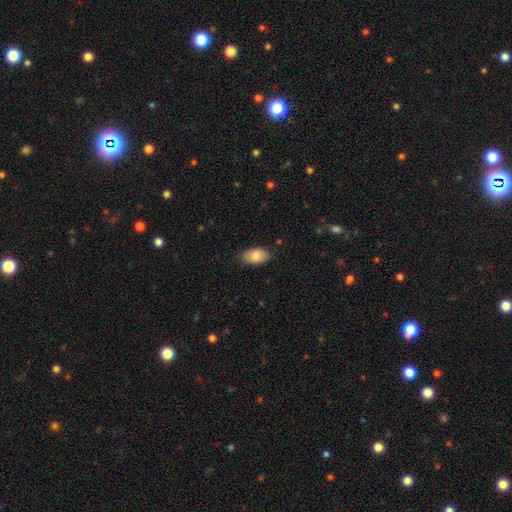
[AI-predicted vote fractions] Smooth or featured? Predicted: smooth (p=0.85). How rounded? Predicted: in between (p=0.94). Merging? Predicted: none (p=0.85).